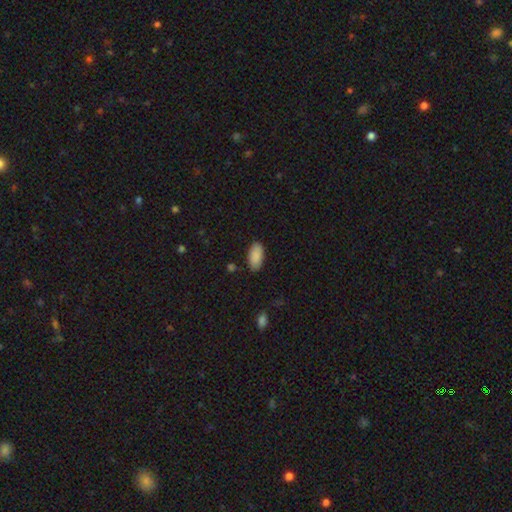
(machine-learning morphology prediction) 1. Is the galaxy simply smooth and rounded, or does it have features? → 89% smooth, 6% star or artifact, 4% featured or disk.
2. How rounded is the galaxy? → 93% in between, 5% cigar-shaped, 2% round.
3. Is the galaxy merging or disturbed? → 86% none, 11% minor disturbance, 2% major disturbance, 1% merger.